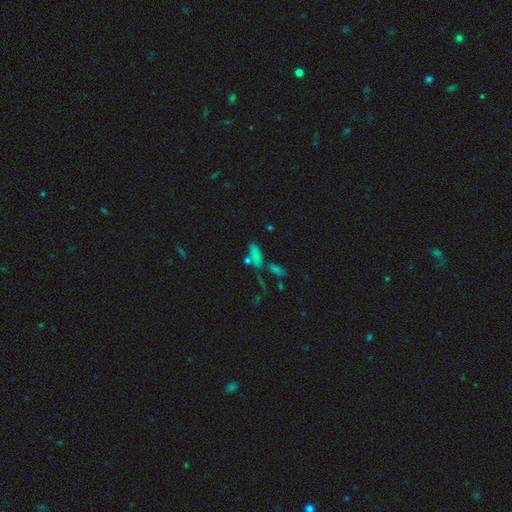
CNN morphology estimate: Smooth or featured?
  - smooth: 62% *
  - star or artifact: 22%
  - featured or disk: 16%
How rounded?
  - in between: 61% *
  - cigar-shaped: 31%
  - round: 8%
Merging?
  - none: 41% *
  - merger: 33%
  - minor disturbance: 15%
  - major disturbance: 11%